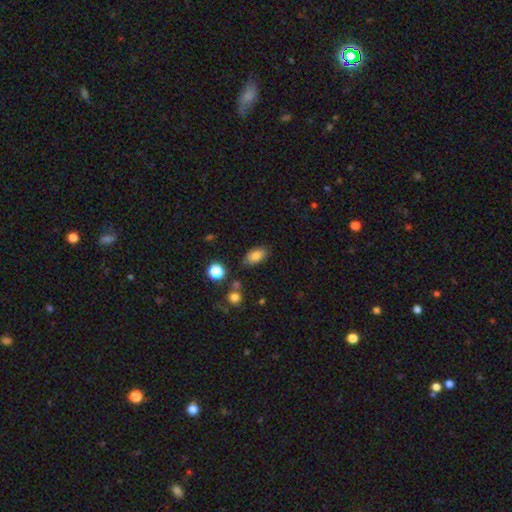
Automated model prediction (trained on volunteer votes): This appears to be a smooth galaxy with no disk features (82%) that is in between round and cigar-shaped (90%). Merging: none (81%).